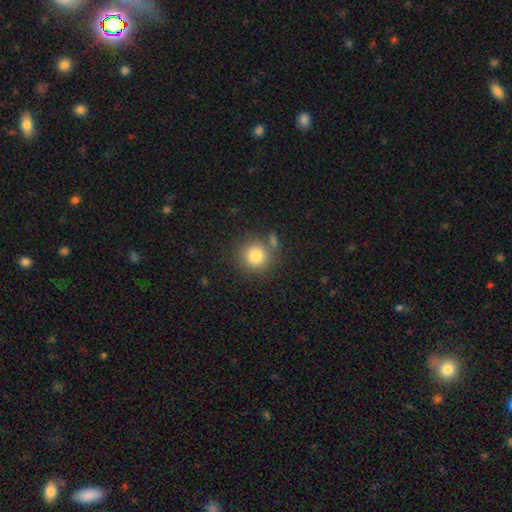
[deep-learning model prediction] Smooth or featured: smooth — 82% (star or artifact — 11%)
How rounded: round — 93% (in between — 7%)
Merging: none — 75% (merger — 11%)